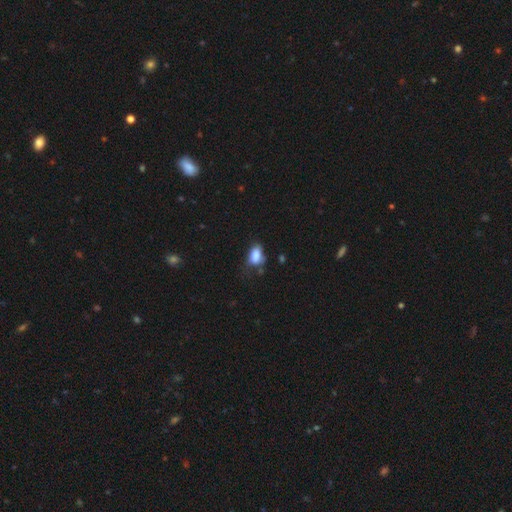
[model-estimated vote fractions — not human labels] This appears to be a smooth galaxy with no disk features (83%) that is in between round and cigar-shaped (87%). Merging: none (46%).